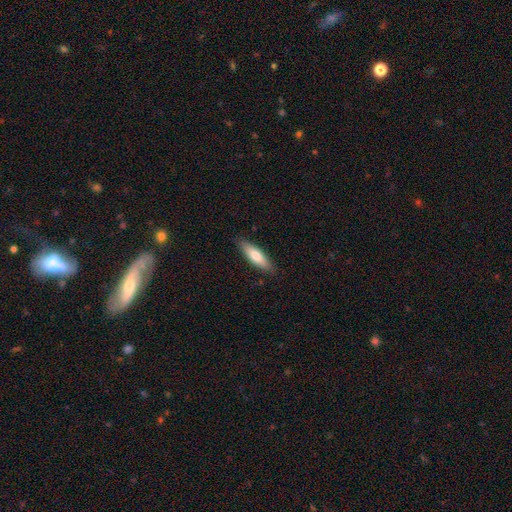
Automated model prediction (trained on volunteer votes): The model was most divided on "how rounded": cigar-shaped: 57%, in between: 41%, round: 2%. More confident: merging — none (87%); smooth or featured — smooth (72%).